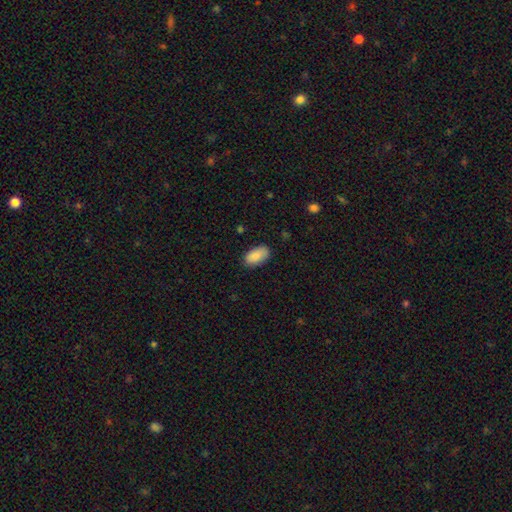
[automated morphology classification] A smooth galaxy with no disk features (90%) that is in between round and cigar-shaped (95%). Merging: none (83%).